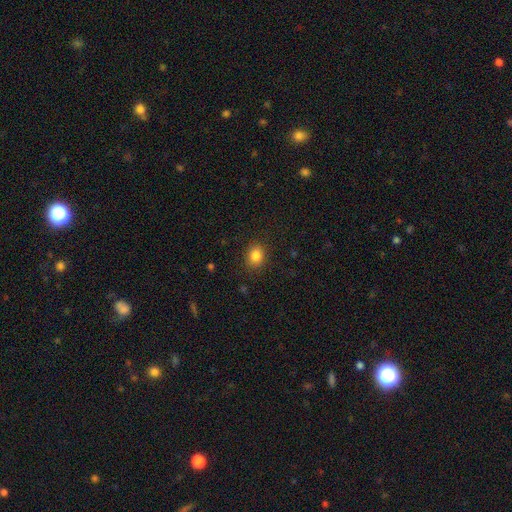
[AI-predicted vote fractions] smooth_or_featured: smooth (p=0.84) [alt: star or artifact p=0.11]
how_rounded: round (p=0.59) [alt: in between p=0.41]
merging: none (p=0.88) [alt: minor disturbance p=0.09]